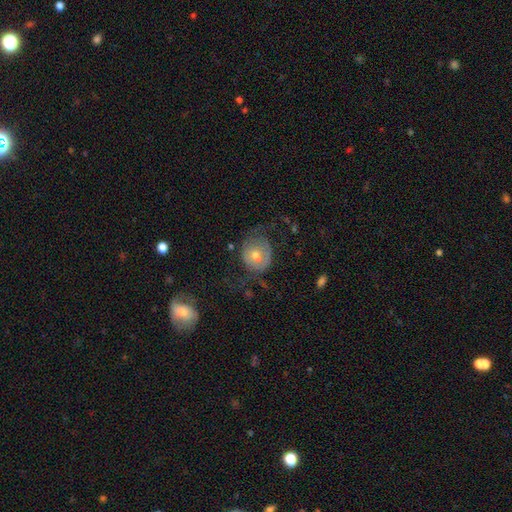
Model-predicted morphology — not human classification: Smooth or featured?
  - featured or disk: 51% *
  - smooth: 40%
  - star or artifact: 9%
Edge-on disk?
  - no: 96% *
  - yes: 4%
Merging?
  - none: 47% *
  - major disturbance: 27%
  - minor disturbance: 22%
  - merger: 3%